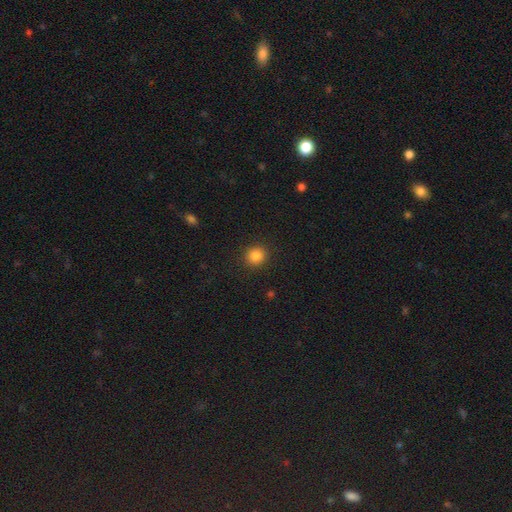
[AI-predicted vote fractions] Smooth or featured? smooth (85%)
How rounded? round (89%)
Merging? none (91%)